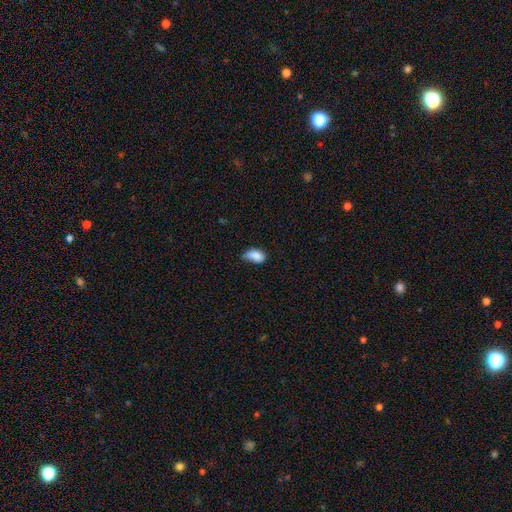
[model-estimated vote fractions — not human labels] This appears to be a smooth galaxy with no disk features (84%) that is in between round and cigar-shaped (90%). Merging: minor disturbance (46%).